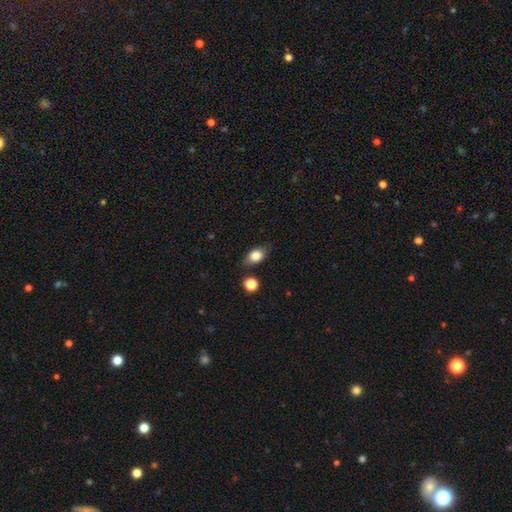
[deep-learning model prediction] A smooth galaxy with no disk features (79%) that is in between round and cigar-shaped (76%).

Vote fractions:
- Smooth or featured? smooth: 79% / featured or disk: 12% / star or artifact: 9%
- How rounded? in between: 76% / round: 21% / cigar-shaped: 4%
- Merging? none: 75% / minor disturbance: 17% / merger: 4% / major disturbance: 4%